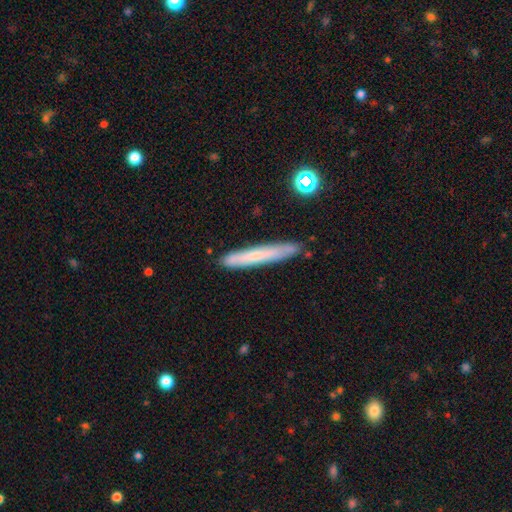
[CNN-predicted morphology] The model was most divided on "smooth or featured": smooth: 61%, featured or disk: 32%, star or artifact: 7%. More confident: how rounded — cigar-shaped (96%); merging — none (85%).